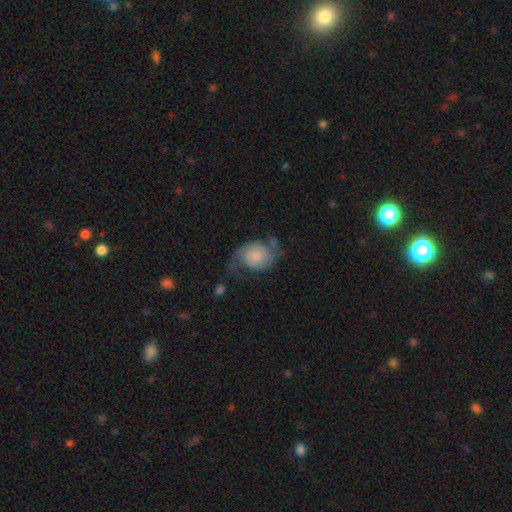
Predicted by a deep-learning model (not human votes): featured or disk 58%, smooth 34%, star or artifact 8%. Down the decision tree: edge-on disk — no (98%); bar — no (77%); spiral arms — yes (90%); spiral arm count — 2 (88%); spiral winding — loose (55%); bulge size — small (34%); merging — none (48%).